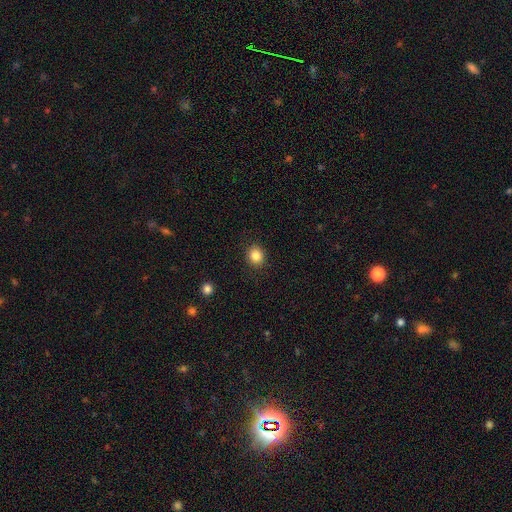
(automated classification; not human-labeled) Morphology: type=smooth (85%); roundness=round (73%); merging=none (90%).